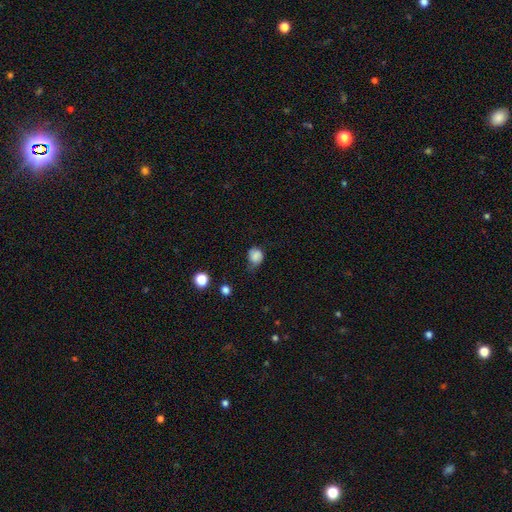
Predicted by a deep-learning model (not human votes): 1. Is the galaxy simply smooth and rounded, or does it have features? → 80% smooth, 11% star or artifact, 9% featured or disk.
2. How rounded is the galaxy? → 66% round, 33% in between, 1% cigar-shaped.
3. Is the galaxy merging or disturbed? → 41% none (tied), 41% minor disturbance (tied), 15% major disturbance, 3% merger.